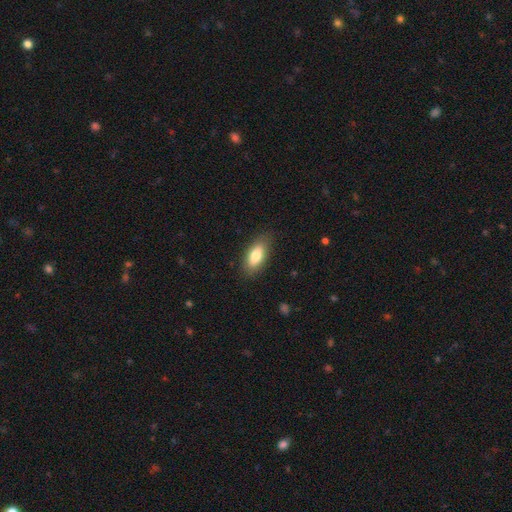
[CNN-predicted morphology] Smooth or featured? smooth (79%)
How rounded? in between (85%)
Merging? none (84%)